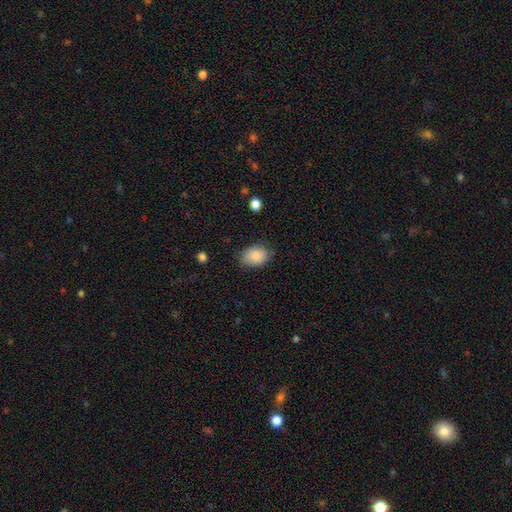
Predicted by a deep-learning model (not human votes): smooth 86%, star or artifact 7%, featured or disk 7%. Down the decision tree: how rounded — in between (78%); merging — none (78%).